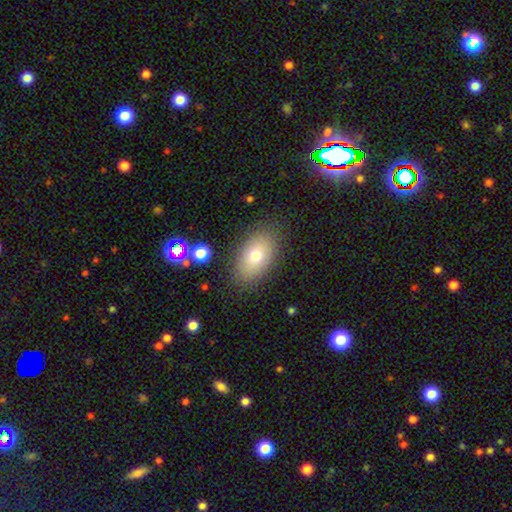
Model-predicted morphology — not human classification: type=smooth (72%); roundness=in between (90%); merging=none (85%).